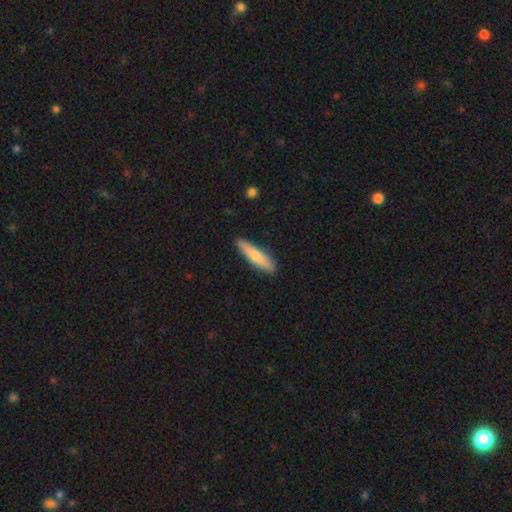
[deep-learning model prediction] smooth 75%, featured or disk 20%, star or artifact 5%. Down the decision tree: how rounded — cigar-shaped (81%); merging — none (88%).